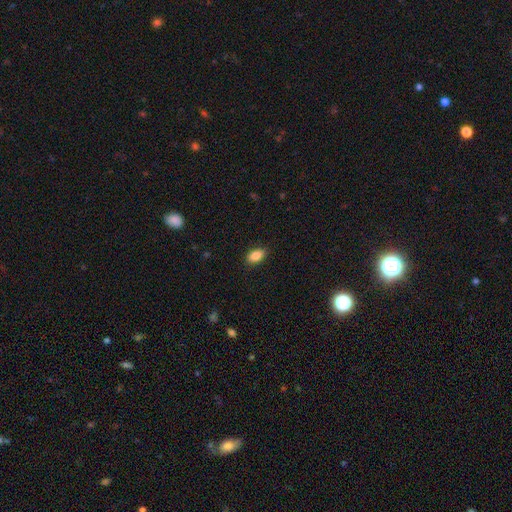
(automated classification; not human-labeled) Overall: smooth (87%). How rounded: in between (91%). Merging: none (88%).